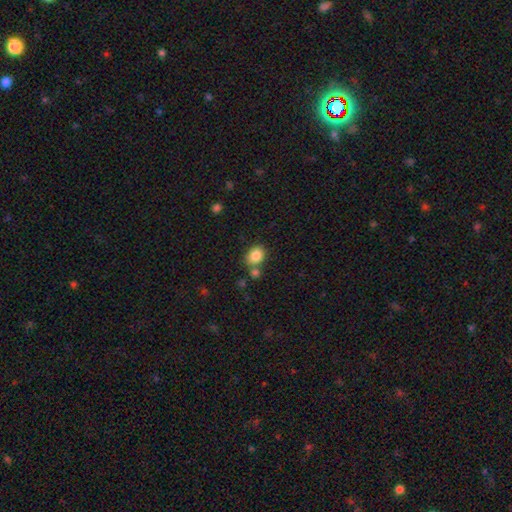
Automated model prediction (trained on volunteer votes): smooth_or_featured: smooth (p=0.86) [alt: star or artifact p=0.09]
how_rounded: in between (p=0.59) [alt: round p=0.40]
merging: none (p=0.66) [alt: merger p=0.18]